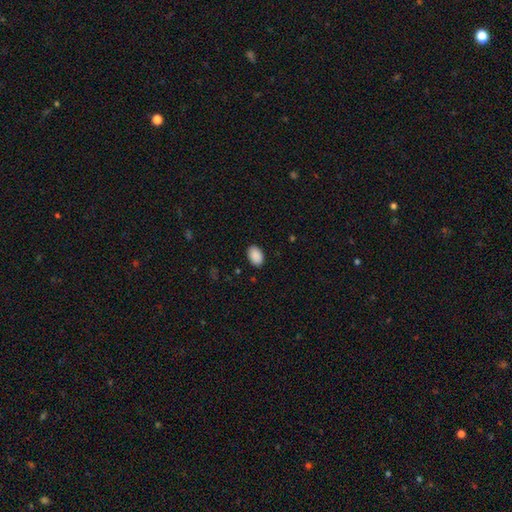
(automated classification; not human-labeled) A smooth galaxy with no disk features (90%) that is in between round and cigar-shaped (89%).

Vote fractions:
- Smooth or featured? smooth: 90% / star or artifact: 7% / featured or disk: 3%
- How rounded? in between: 89% / round: 10% / cigar-shaped: 1%
- Merging? none: 89% / minor disturbance: 8% / major disturbance: 2% / merger: 1%